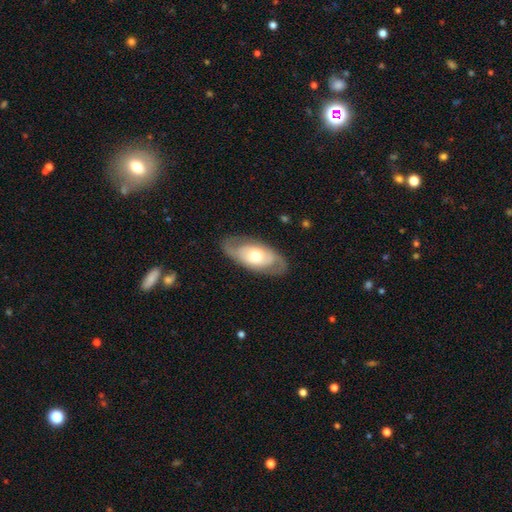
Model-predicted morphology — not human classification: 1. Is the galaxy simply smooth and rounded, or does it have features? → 61% featured or disk, 34% smooth, 5% star or artifact.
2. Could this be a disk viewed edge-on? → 88% no, 12% yes.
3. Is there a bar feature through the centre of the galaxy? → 78% no, 17% weak, 6% strong.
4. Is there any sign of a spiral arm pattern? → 58% yes, 42% no.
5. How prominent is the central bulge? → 66% moderate, 18% small, 13% large, 2% dominant, 1% none.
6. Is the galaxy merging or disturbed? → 79% none, 14% minor disturbance, 6% major disturbance, 1% merger.